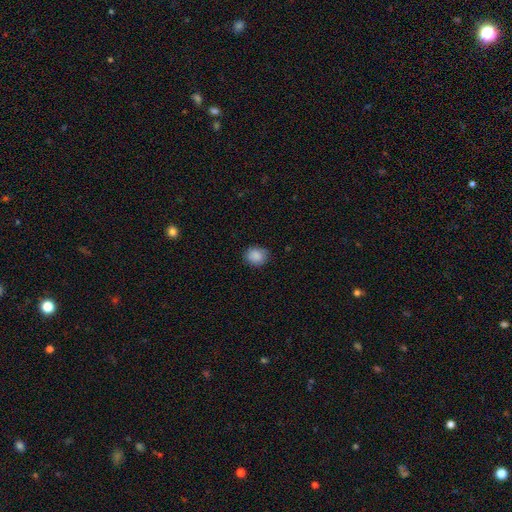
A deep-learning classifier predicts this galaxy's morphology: Smooth or featured: smooth — 87% (star or artifact — 8%)
How rounded: round — 66% (in between — 33%)
Merging: none — 82% (minor disturbance — 14%)